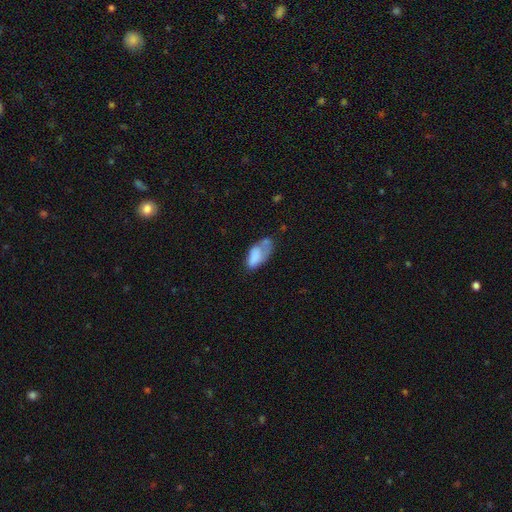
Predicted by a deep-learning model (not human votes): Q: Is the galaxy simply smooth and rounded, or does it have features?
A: smooth — 74%.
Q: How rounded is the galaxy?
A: in between — 92%.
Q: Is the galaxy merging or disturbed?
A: minor disturbance — 30%.